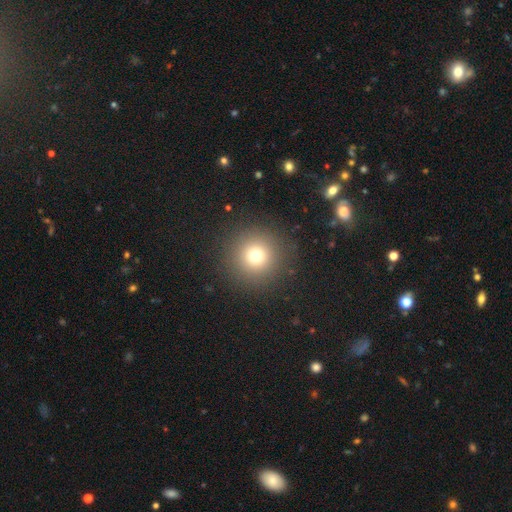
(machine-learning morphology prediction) type=smooth (73%); roundness=round (96%); merging=none (90%).